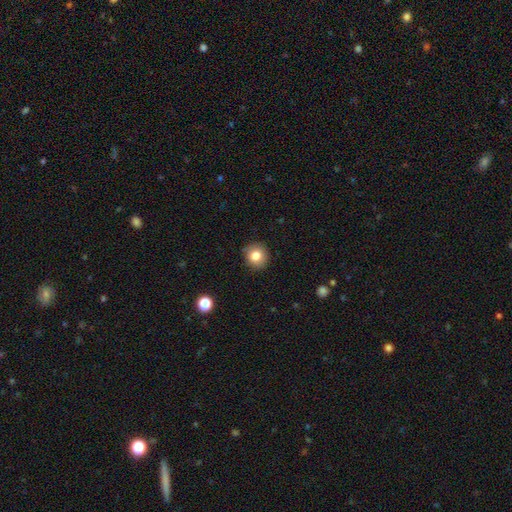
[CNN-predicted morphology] The model was most divided on "smooth or featured": smooth: 81%, star or artifact: 10%, featured or disk: 8%. More confident: merging — none (88%); how rounded — round (88%).